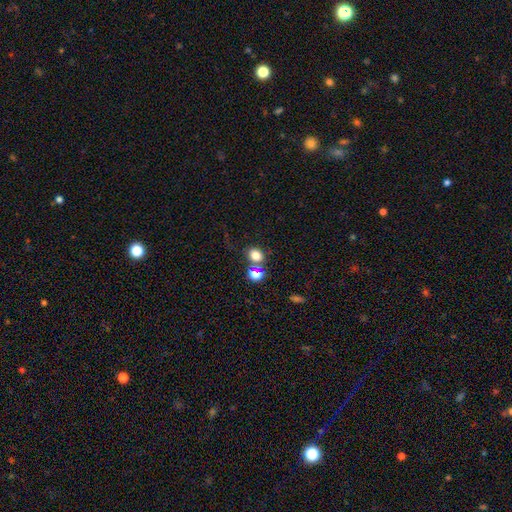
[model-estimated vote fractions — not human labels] Smooth or featured? smooth (77%)
How rounded? round (57%)
Merging? none (56%)